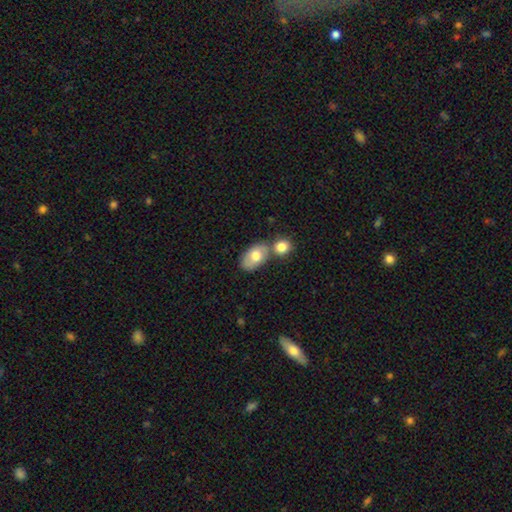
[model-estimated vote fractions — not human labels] This appears to be a smooth galaxy with no disk features (74%) that is in between round and cigar-shaped (89%). Merging: merger (42%, tied with none).